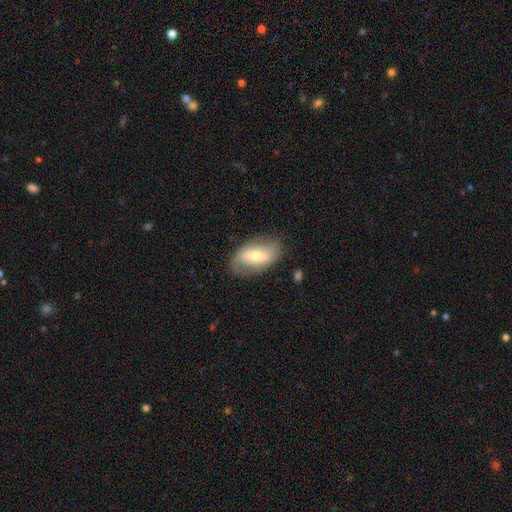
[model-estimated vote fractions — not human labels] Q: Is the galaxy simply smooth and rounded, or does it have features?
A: featured or disk — 57%.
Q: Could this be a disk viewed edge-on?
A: no — 92%.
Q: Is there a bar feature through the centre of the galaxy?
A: weak — 37%.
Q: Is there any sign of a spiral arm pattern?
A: yes — 72%.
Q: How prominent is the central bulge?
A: moderate — 58%.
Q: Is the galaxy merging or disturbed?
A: none — 75%.